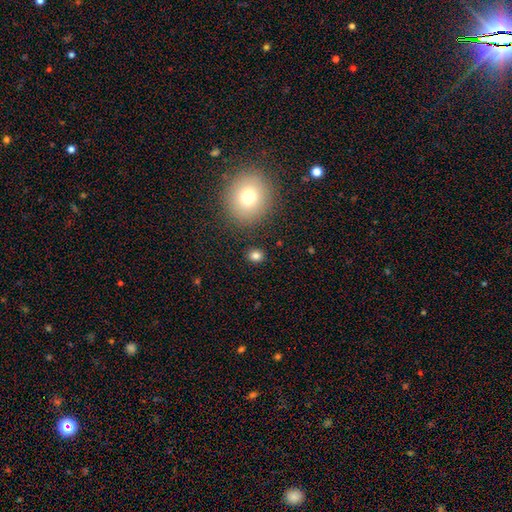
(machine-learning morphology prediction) Smooth or featured? Predicted: smooth (p=0.81). How rounded? Predicted: round (p=0.69). Merging? Predicted: none (p=0.87).